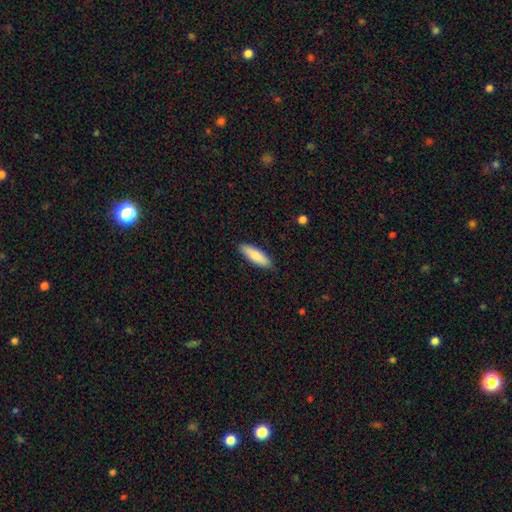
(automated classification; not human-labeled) Smooth or featured?
  - smooth: 85% *
  - featured or disk: 9%
  - star or artifact: 5%
How rounded?
  - cigar-shaped: 58% *
  - in between: 40%
  - round: 1%
Merging?
  - none: 88% *
  - minor disturbance: 9%
  - major disturbance: 2%
  - merger: 1%